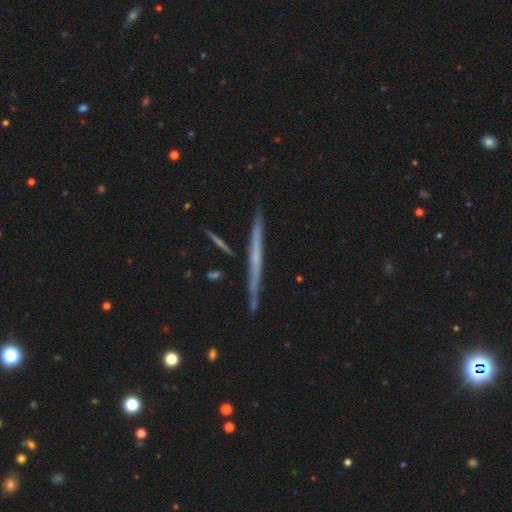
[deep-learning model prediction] The model was most divided on "smooth or featured": featured or disk: 62%, smooth: 32%, star or artifact: 6%. More confident: edge-on disk — yes (97%); merging — none (89%); edge-on bulge — none (87%).